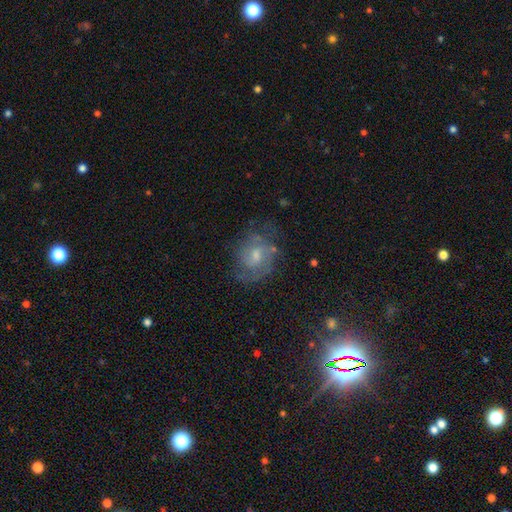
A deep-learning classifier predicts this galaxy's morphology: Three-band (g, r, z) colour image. It shows a featured or disk galaxy (70%) with no bar (48%), 2 (49%) medium (43%, tied with tight) spiral arms (88%) and a moderate central bulge (47%). Merging: none (68%).